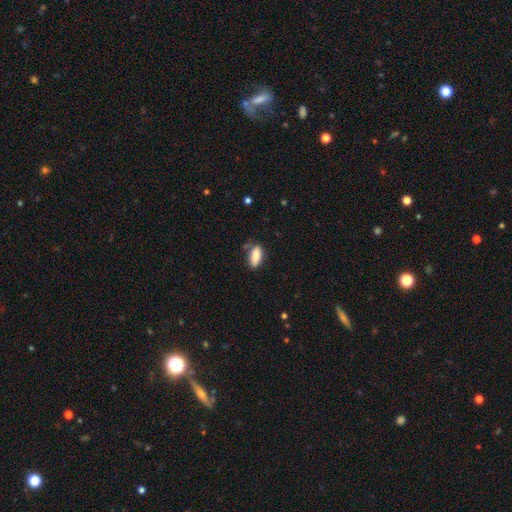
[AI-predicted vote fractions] A smooth galaxy with no disk features (85%) that is in between round and cigar-shaped (77%).

Vote fractions:
- Smooth or featured? smooth: 85% / featured or disk: 8% / star or artifact: 7%
- How rounded? in between: 77% / cigar-shaped: 20% / round: 3%
- Merging? none: 68% / minor disturbance: 23% / major disturbance: 5% / merger: 4%